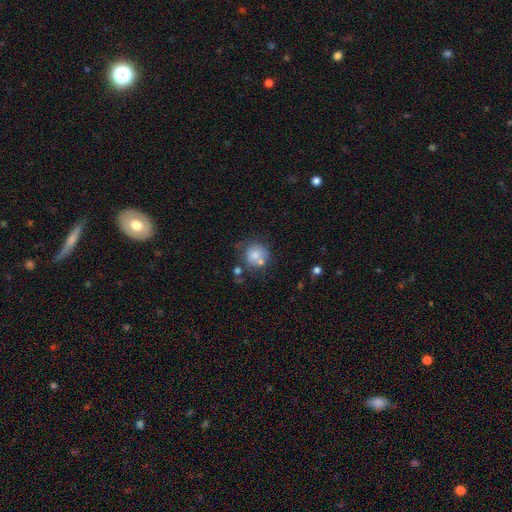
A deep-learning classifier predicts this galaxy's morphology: smooth_or_featured: smooth (p=0.74) [alt: featured or disk p=0.17]
how_rounded: round (p=0.86) [alt: in between p=0.13]
merging: none (p=0.52) [alt: merger p=0.20]